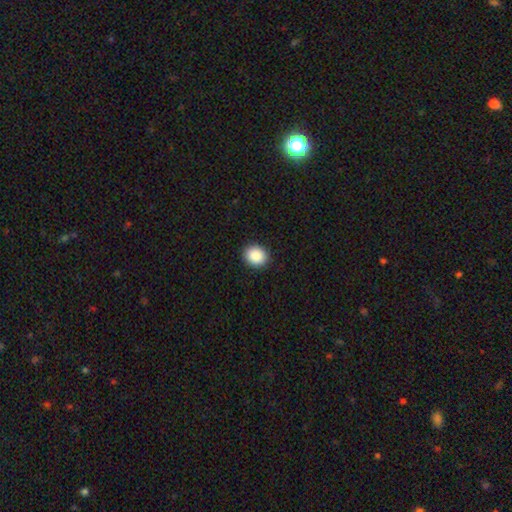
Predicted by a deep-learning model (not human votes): This appears to be a smooth galaxy with no disk features (89%) that is round (69%). Merging: none (91%).